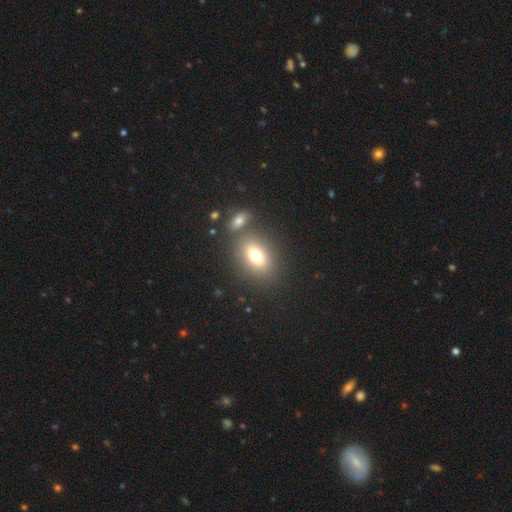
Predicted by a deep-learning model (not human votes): Overall: smooth (73%). How rounded: in between (73%). Merging: none (67%).